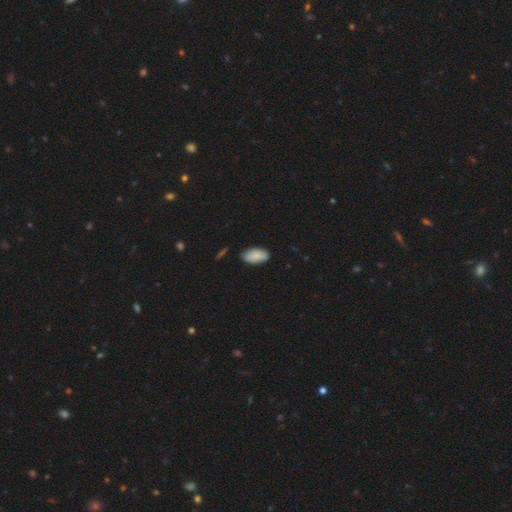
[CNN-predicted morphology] Smooth or featured? smooth (88%)
How rounded? in between (95%)
Merging? none (83%)